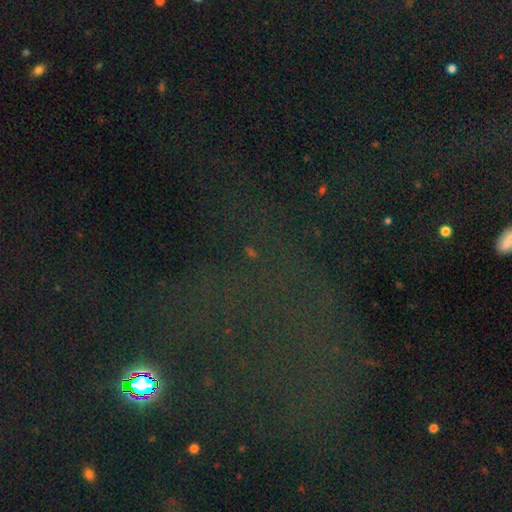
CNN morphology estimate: smooth-or-featured: star or artifact: 76% | smooth: 13% | featured or disk: 11%